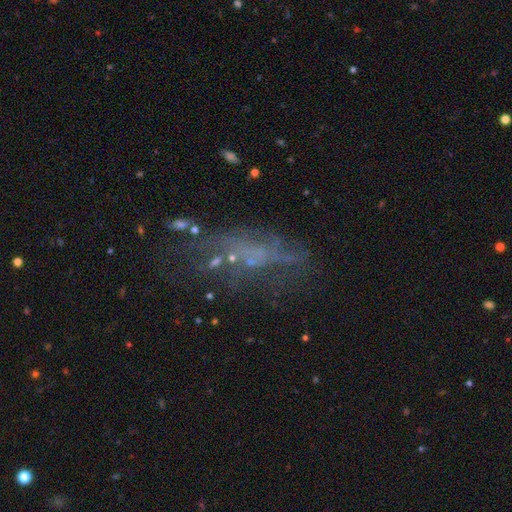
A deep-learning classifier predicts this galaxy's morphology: Smooth or featured? Predicted: featured or disk (p=0.50). Merging? Predicted: none (p=0.36).